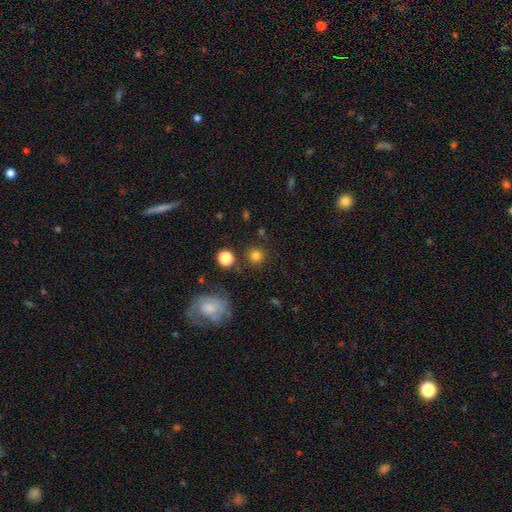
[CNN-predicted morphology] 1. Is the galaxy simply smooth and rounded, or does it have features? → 80% smooth, 14% star or artifact, 6% featured or disk.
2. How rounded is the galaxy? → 92% round, 7% in between, 1% cigar-shaped.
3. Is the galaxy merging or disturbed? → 86% none, 8% minor disturbance, 4% merger, 3% major disturbance.